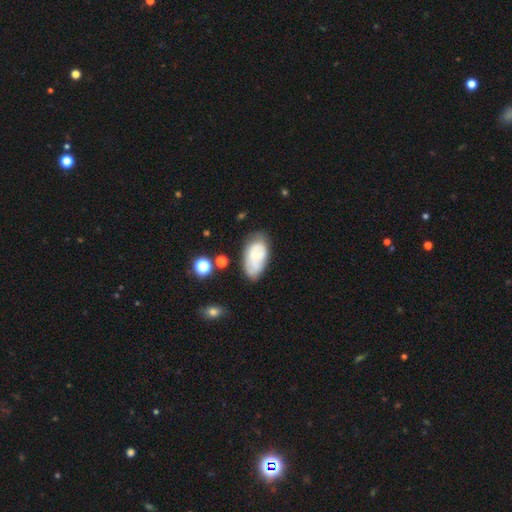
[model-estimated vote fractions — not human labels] Overall: smooth (49%; featured or disk 44%). Merging: none (58%; minor disturbance 28%).